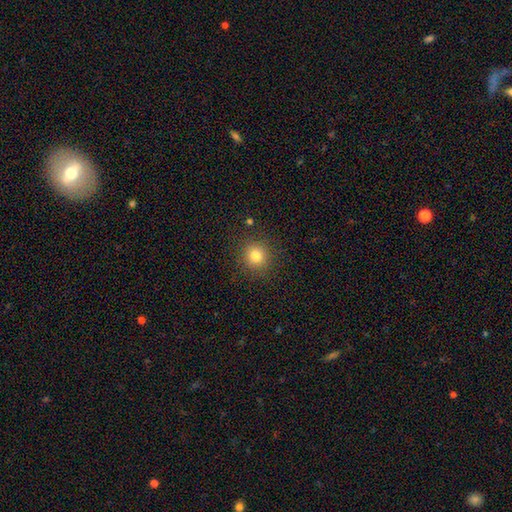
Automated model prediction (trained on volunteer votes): Overall: smooth (81%). How rounded: round (92%). Merging: none (89%).